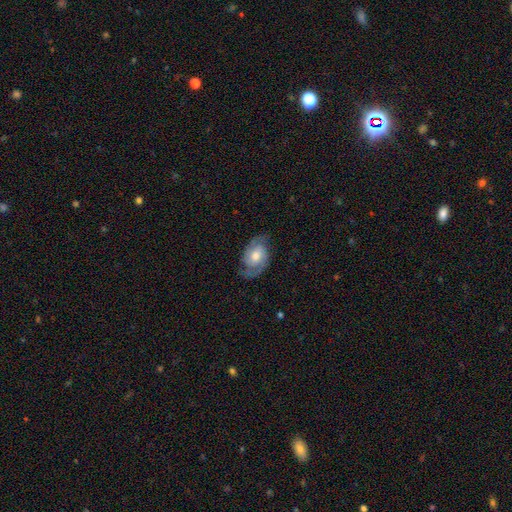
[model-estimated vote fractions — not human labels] This is clearly a featured or disk galaxy (80%). It is clearly not viewed edge-on (97%). Bar: likely no (66%). Spiral arm pattern: clearly yes (94%). Spiral arm count: clearly 2 (89%). Spiral winding: possibly medium (47%). Central bulge: likely moderate (67%). Merging: likely none (77%).